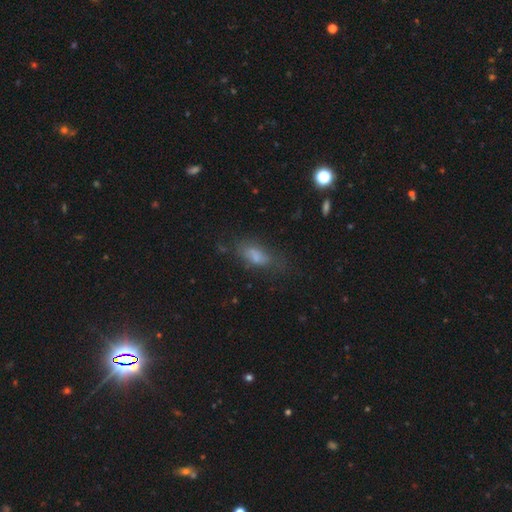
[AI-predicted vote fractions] A smooth galaxy with no disk features (68%) that is in between round and cigar-shaped (75%). Merging: none (51%).